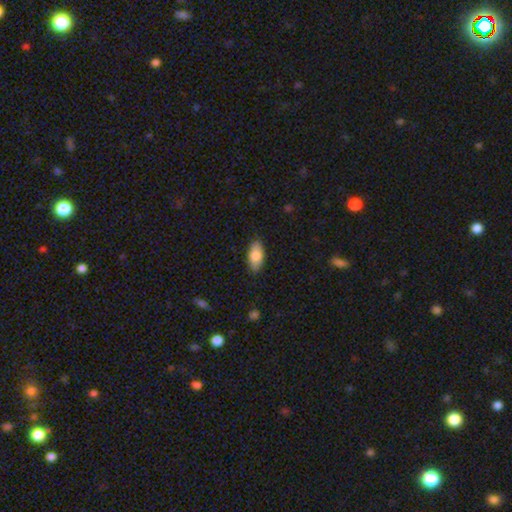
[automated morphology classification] smooth 81%, featured or disk 12%, star or artifact 6%. Down the decision tree: how rounded — in between (90%); merging — none (86%).